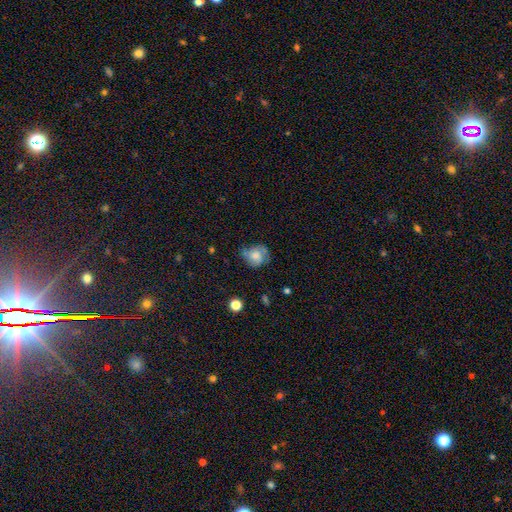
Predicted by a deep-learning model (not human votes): smooth_or_featured: smooth (p=0.53) [alt: featured or disk p=0.37]
how_rounded: round (p=0.70) [alt: in between p=0.29]
merging: none (p=0.56) [alt: minor disturbance p=0.28]